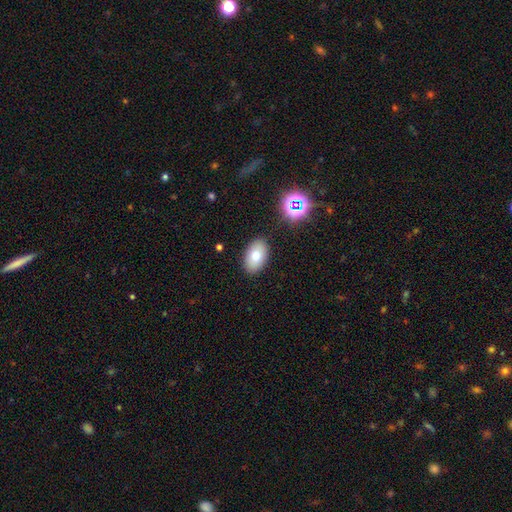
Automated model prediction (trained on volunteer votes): A smooth galaxy with no disk features (76%) that is in between round and cigar-shaped (91%).

Vote fractions:
- Smooth or featured? smooth: 76% / featured or disk: 13% / star or artifact: 10%
- How rounded? in between: 91% / round: 7% / cigar-shaped: 1%
- Merging? none: 87% / minor disturbance: 9% / major disturbance: 2% / merger: 2%